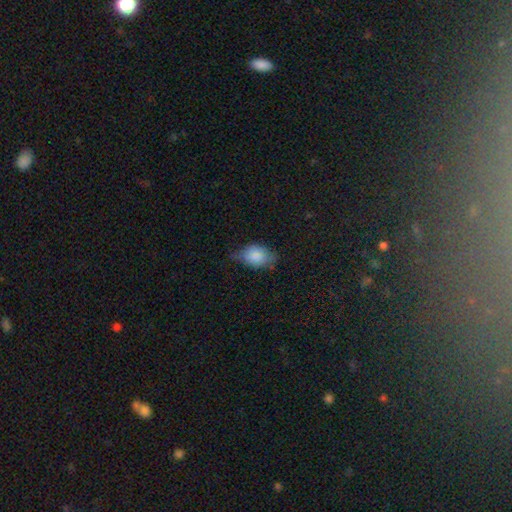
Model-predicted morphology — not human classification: Overall: smooth (78%). How rounded: in between (84%). Merging: none (46%; minor disturbance 39%).